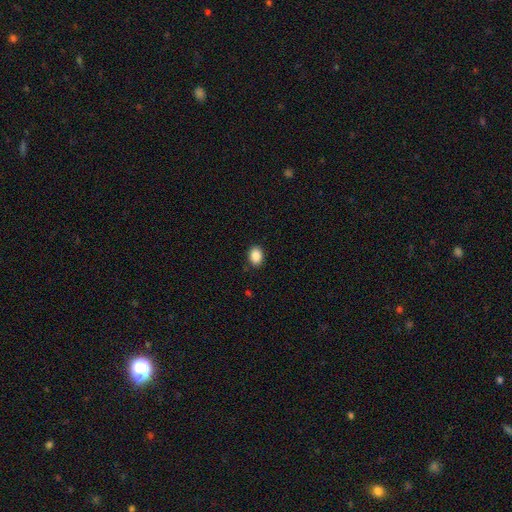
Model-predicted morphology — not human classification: smooth-or-featured: smooth: 89% | star or artifact: 8% | featured or disk: 3%
  how-rounded: in between: 72% | round: 27% | cigar-shaped: 1%
  merging: none: 89% | minor disturbance: 8% | major disturbance: 2% | merger: 1%